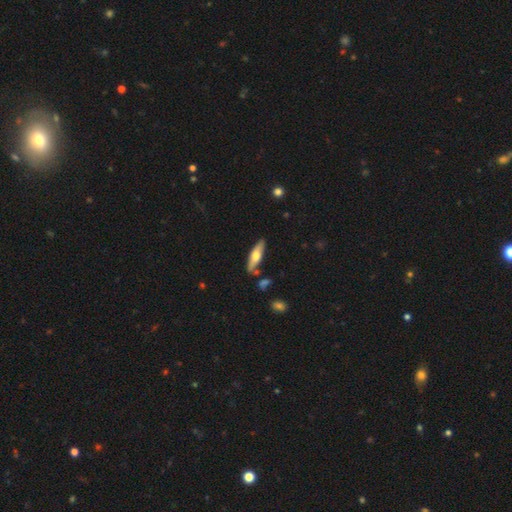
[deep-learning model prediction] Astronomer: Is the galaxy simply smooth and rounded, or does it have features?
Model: smooth — 51% (runner-up: featured or disk, 43%).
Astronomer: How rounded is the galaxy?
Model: cigar-shaped — 59% (runner-up: in between, 39%).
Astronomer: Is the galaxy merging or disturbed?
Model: none — 78%.